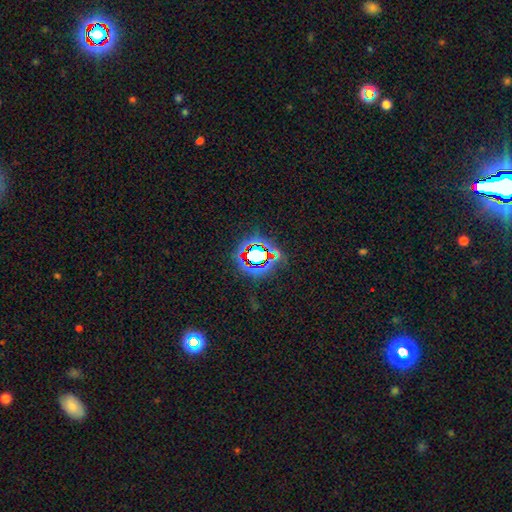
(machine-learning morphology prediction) Smooth or featured: star or artifact — 67% (smooth — 21%)